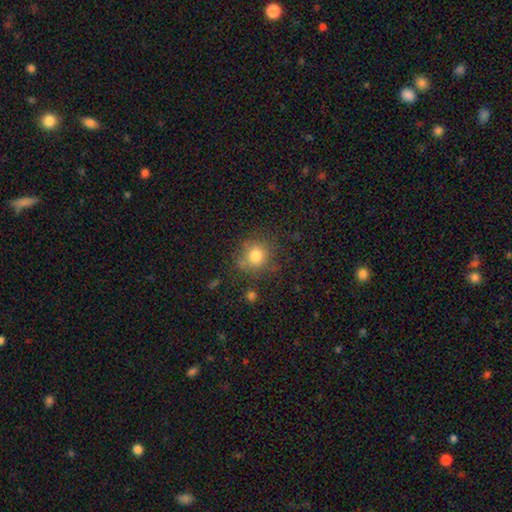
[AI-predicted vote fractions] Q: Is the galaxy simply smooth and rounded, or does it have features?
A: smooth — 79%.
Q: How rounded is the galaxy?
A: round — 84%.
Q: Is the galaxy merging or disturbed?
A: none — 73%.